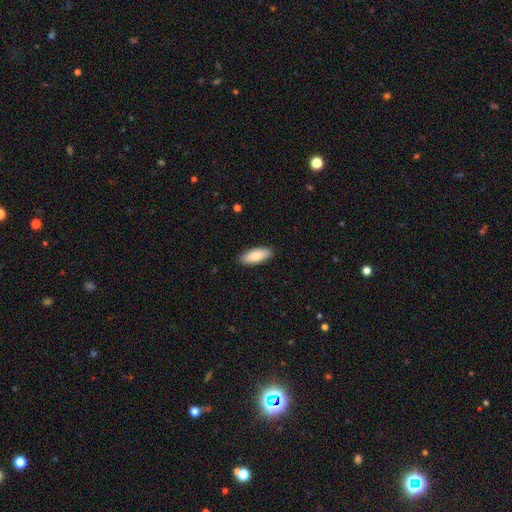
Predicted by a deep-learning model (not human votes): This is clearly a smooth galaxy (82%). How rounded: clearly in between (82%). Merging: clearly none (89%).